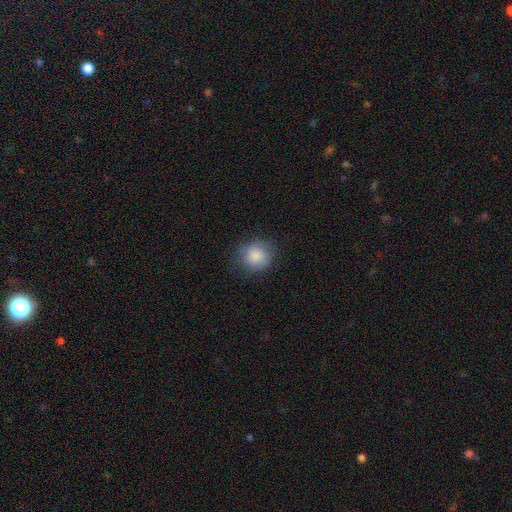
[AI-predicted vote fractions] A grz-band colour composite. It shows a smooth galaxy with no disk features (87%) that is round (84%). Merging: none (78%).